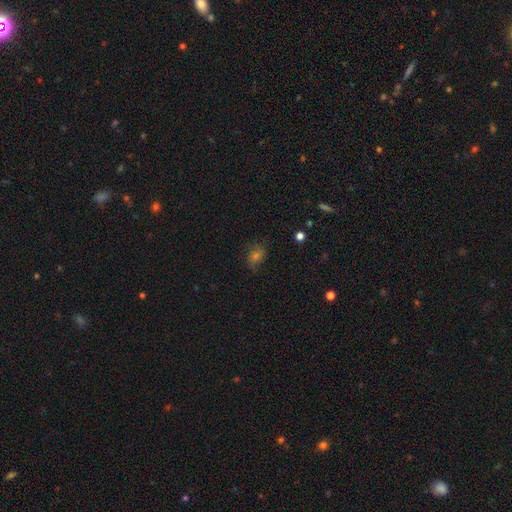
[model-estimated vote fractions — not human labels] The model was most divided on "smooth or featured": smooth: 48%, star or artifact: 28%, featured or disk: 24%. More confident: merging — none (72%).